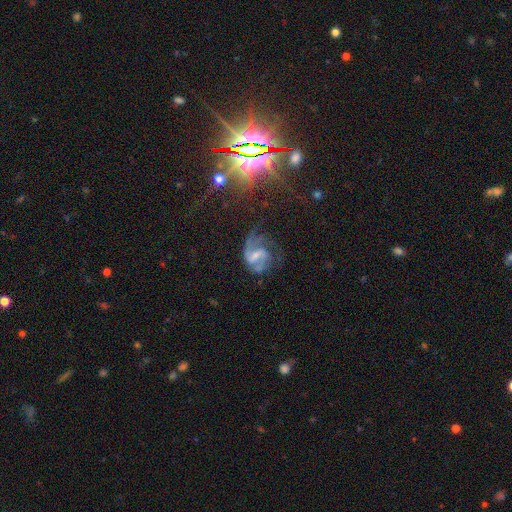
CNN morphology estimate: A featured or disk galaxy (74%) with a weak bar (51%), 2 (60%) medium (45%) spiral arms (86%) and a small central bulge (50%). Merging: none (43%).